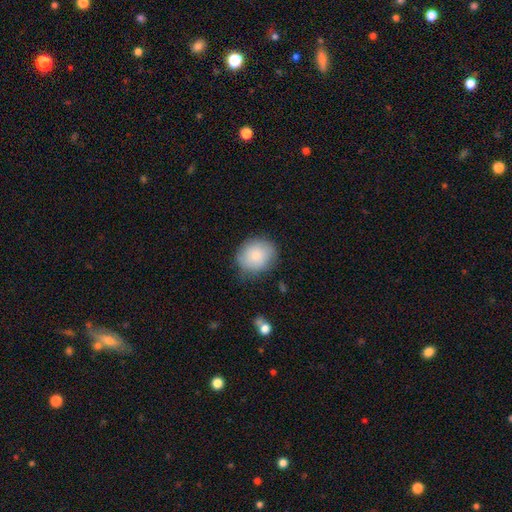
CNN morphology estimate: Overall: smooth (81%). How rounded: round (72%). Merging: none (73%).